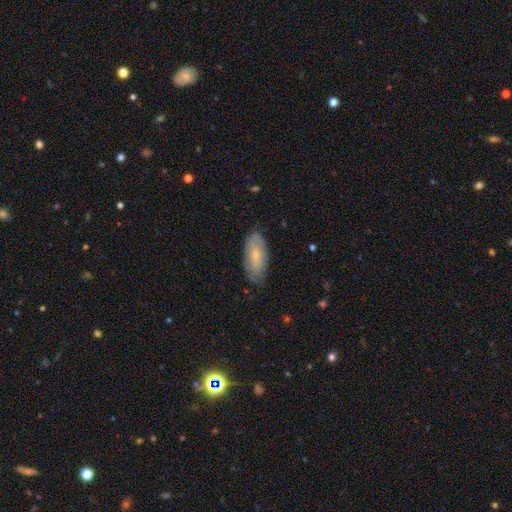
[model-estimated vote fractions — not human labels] Smooth or featured: smooth — 65% (featured or disk — 29%)
How rounded: in between — 85% (cigar-shaped — 13%)
Merging: none — 77% (minor disturbance — 18%)